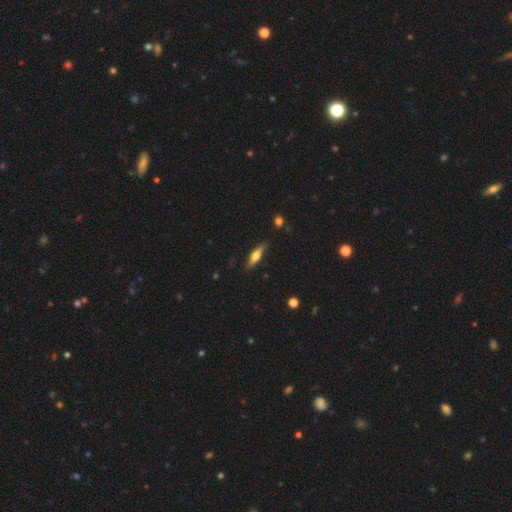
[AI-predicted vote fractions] Smooth or featured: smooth — 48% (featured or disk — 46%)
Merging: none — 83% (minor disturbance — 13%)